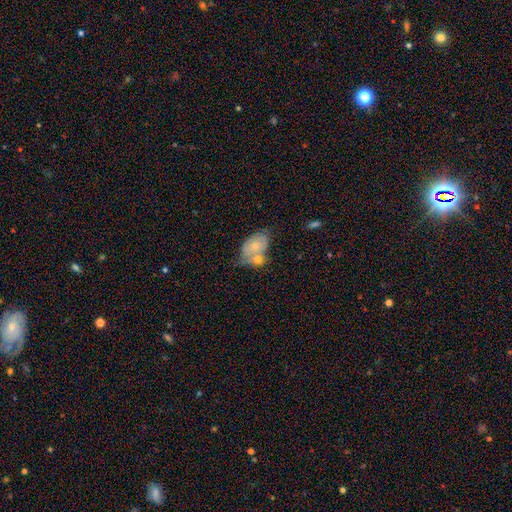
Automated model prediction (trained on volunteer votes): A smooth galaxy with no disk features (59%) that is in between round and cigar-shaped (80%).

Vote fractions:
- Smooth or featured? smooth: 59% / featured or disk: 34% / star or artifact: 7%
- How rounded? in between: 80% / round: 18% / cigar-shaped: 2%
- Merging? merger: 46% / none: 28% / minor disturbance: 18% / major disturbance: 8%